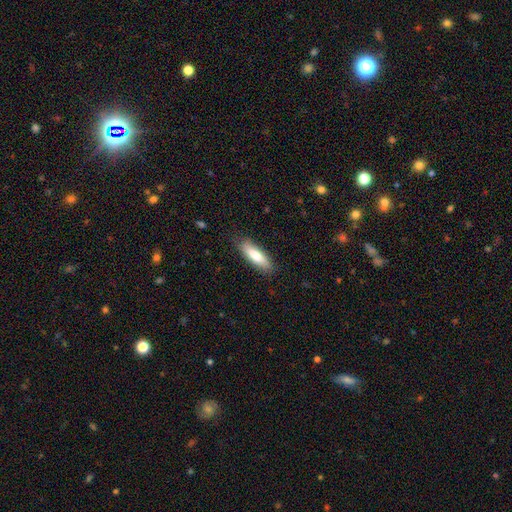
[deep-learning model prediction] Q: Smooth or featured?
A: smooth (77%); runner-up: featured or disk (18%)
Q: How rounded?
A: cigar-shaped (50%); runner-up: in between (49%)
Q: Merging?
A: none (84%); runner-up: minor disturbance (13%)